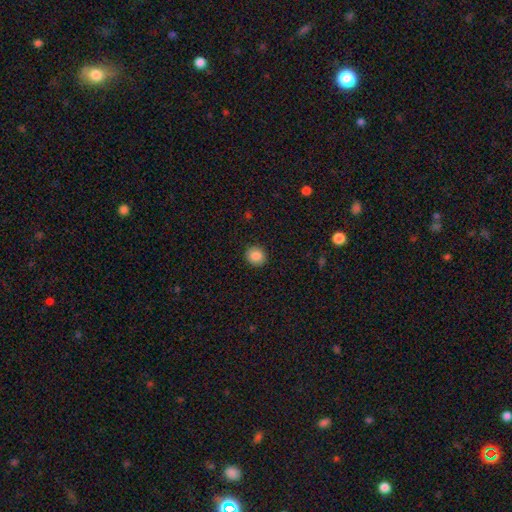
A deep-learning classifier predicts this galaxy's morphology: Smooth or featured? Predicted: smooth (p=0.87). How rounded? Predicted: round (p=0.85). Merging? Predicted: none (p=0.90).